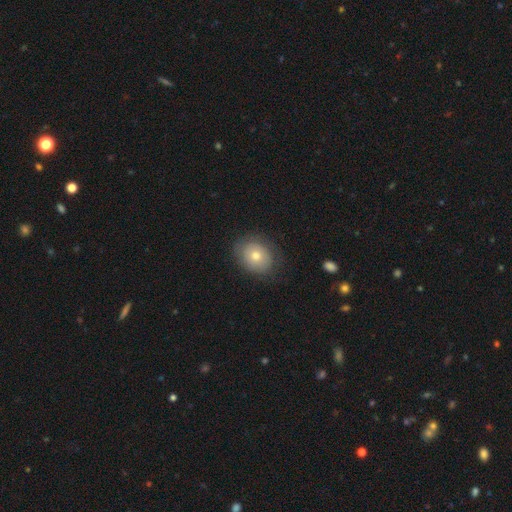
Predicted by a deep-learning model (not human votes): This appears to be a smooth galaxy with no disk features (71%) that is round (60%). Merging: none (79%).